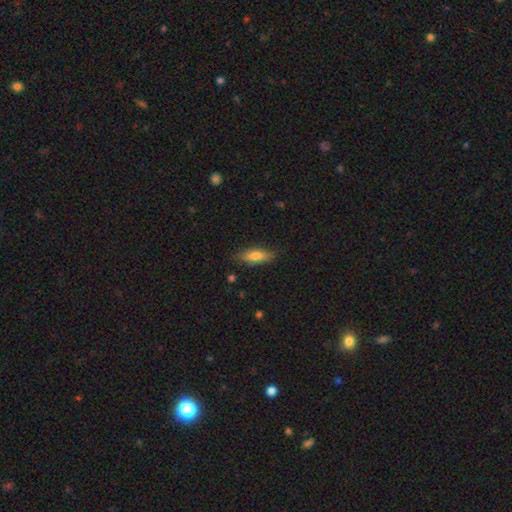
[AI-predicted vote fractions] This appears to be a smooth galaxy with no disk features (70%) that is in between round and cigar-shaped (55%). Merging: none (83%).